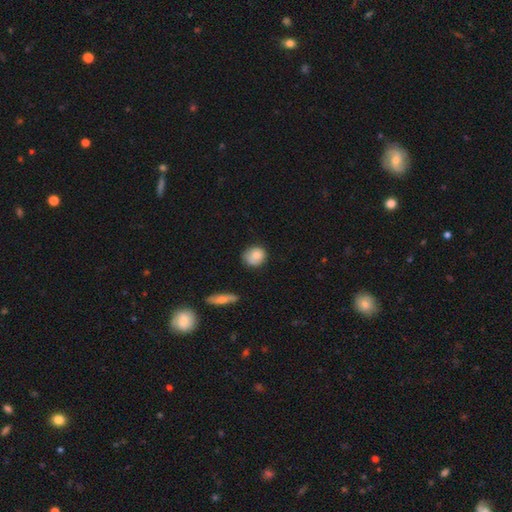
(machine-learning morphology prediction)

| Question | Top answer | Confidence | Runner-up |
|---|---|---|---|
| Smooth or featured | smooth | 81% | featured or disk (12%) |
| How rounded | round | 74% | in between (25%) |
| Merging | none | 68% | minor disturbance (25%) |